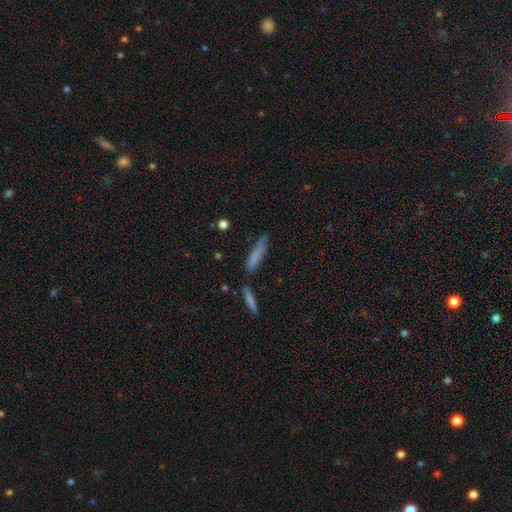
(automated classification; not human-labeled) A smooth galaxy with no disk features (74%) that is cigar-shaped (85%). Merging: none (67%).